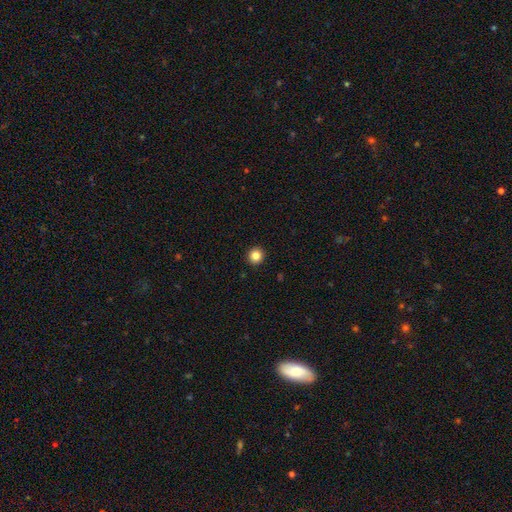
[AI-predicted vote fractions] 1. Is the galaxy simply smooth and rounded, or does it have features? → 85% smooth, 11% star or artifact, 5% featured or disk.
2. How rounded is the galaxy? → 93% round, 6% in between, 1% cigar-shaped.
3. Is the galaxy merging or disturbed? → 93% none, 4% minor disturbance, 1% major disturbance, 1% merger.